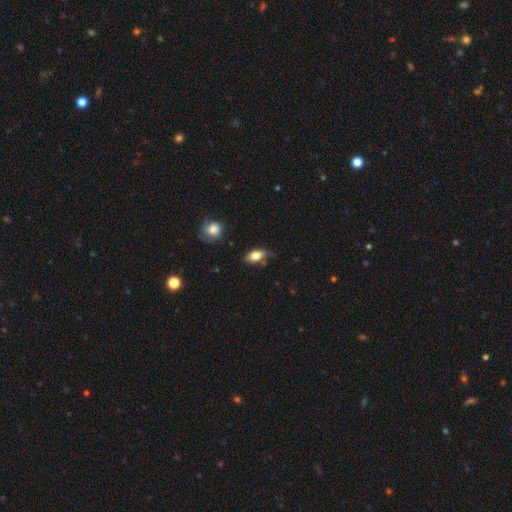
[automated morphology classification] This is likely a smooth galaxy (79%). How rounded: clearly in between (87%). Merging: possibly none (59%).